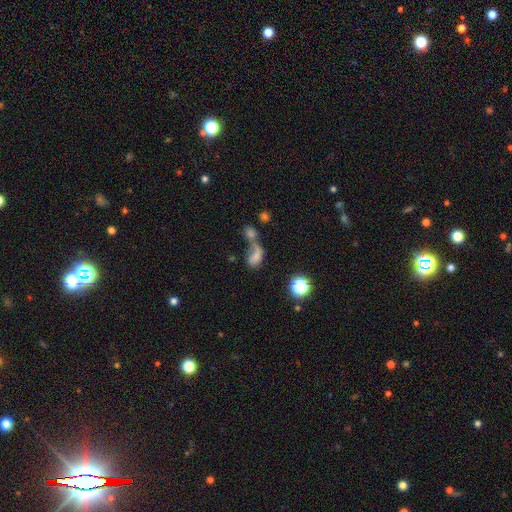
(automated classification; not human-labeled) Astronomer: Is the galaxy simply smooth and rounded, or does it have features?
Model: smooth — 63%.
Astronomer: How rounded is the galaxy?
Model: in between — 76%.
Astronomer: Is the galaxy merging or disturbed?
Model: merger — 57%.